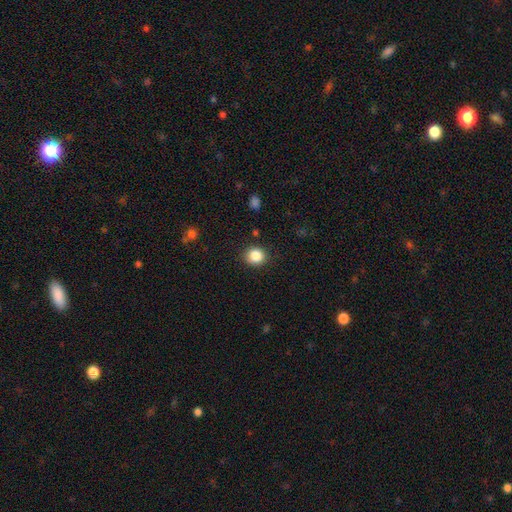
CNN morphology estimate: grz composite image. It shows a smooth galaxy with no disk features (86%) that is round (84%). Merging: none (89%).